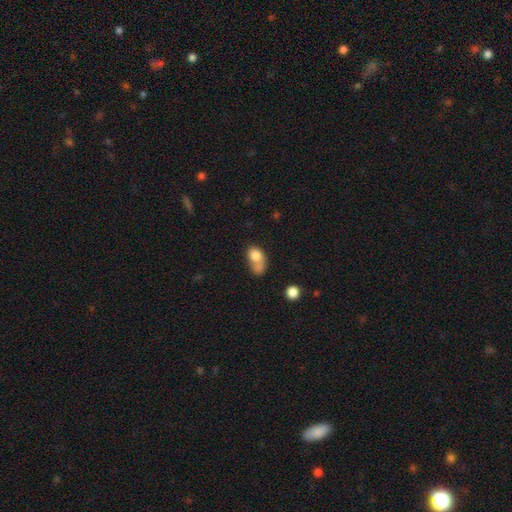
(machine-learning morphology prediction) A smooth galaxy with no disk features (76%) that is in between round and cigar-shaped (68%).

Vote fractions:
- Smooth or featured? smooth: 76% / featured or disk: 14% / star or artifact: 9%
- How rounded? in between: 68% / round: 29% / cigar-shaped: 2%
- Merging? merger: 49% / none: 24% / minor disturbance: 14% / major disturbance: 13%